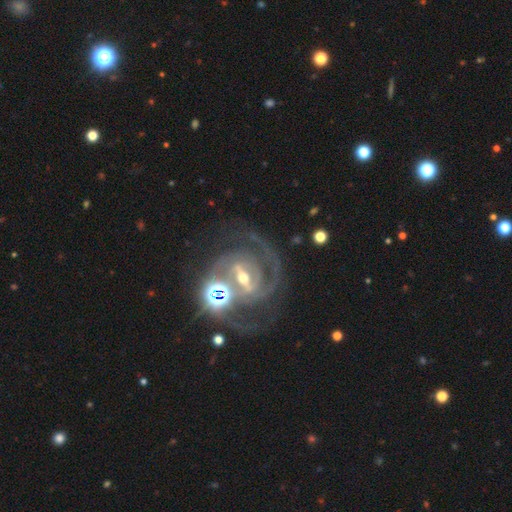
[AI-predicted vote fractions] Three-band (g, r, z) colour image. It shows a featured or disk galaxy (86%) with a weak bar (42%), 2 (68%) medium (45%) spiral arms (95%) and a small central bulge (60%). Merging: none (45%).